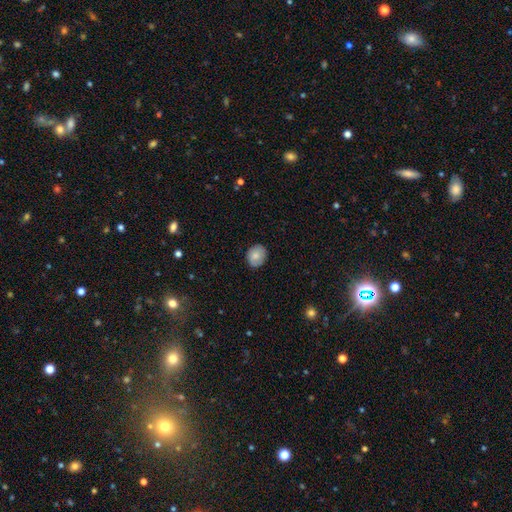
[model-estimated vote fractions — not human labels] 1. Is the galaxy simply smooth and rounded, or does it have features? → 78% smooth, 14% featured or disk, 7% star or artifact.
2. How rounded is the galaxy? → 61% round, 38% in between, 1% cigar-shaped.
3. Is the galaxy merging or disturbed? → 84% none, 13% minor disturbance, 2% major disturbance, 1% merger.